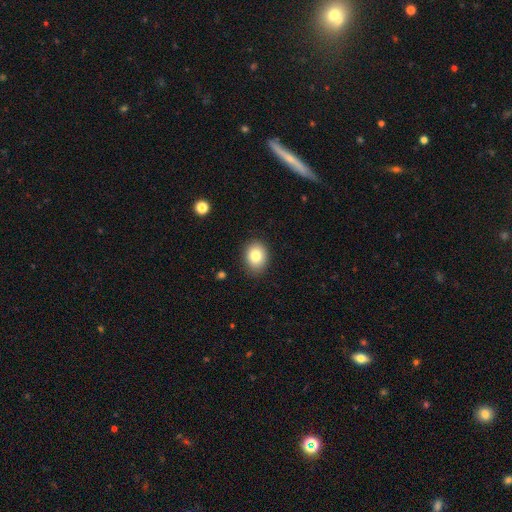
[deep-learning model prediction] Smooth or featured: smooth — 83% (star or artifact — 9%)
How rounded: in between — 58% (round — 41%)
Merging: none — 87% (minor disturbance — 10%)